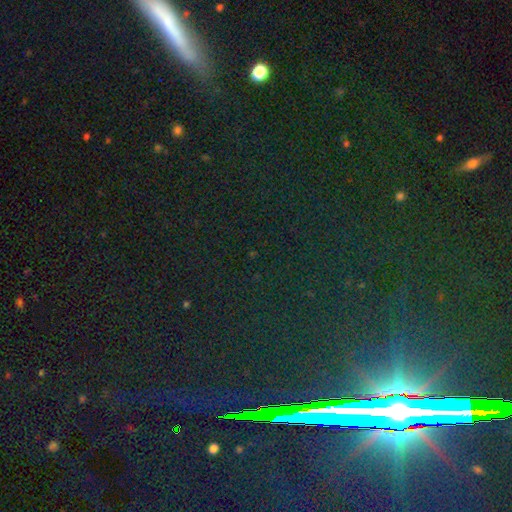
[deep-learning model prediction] Smooth or featured: star or artifact — 80% (smooth — 11%)